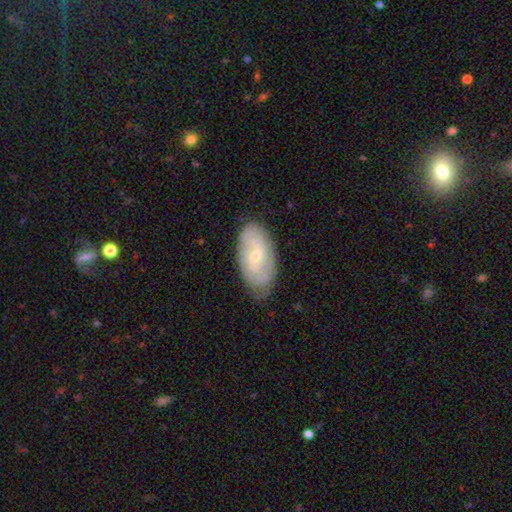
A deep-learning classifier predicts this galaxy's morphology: The model was most divided on "spiral arm count": 2: 47%, can't tell: 36%, 3: 8%, 1: 3%, 4: 3%, more than 4: 2%. More confident: edge-on disk — no (95%); spiral arms — yes (85%); merging — none (74%); smooth or featured — featured or disk (69%); bulge size — small (68%); bar — no (52%); spiral winding — tight (52%).